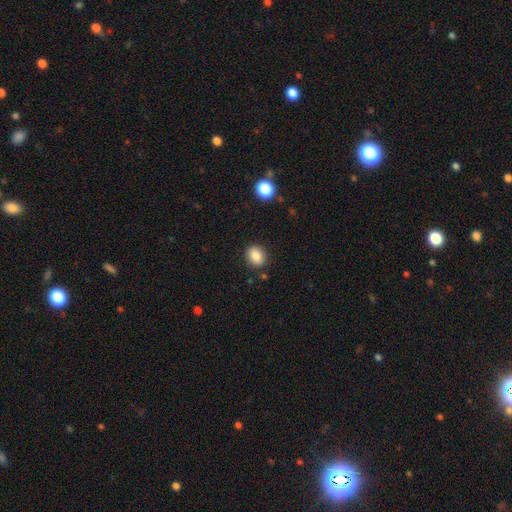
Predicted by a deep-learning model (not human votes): Smooth or featured: smooth — 85% (star or artifact — 10%)
How rounded: round — 56% (in between — 43%)
Merging: none — 87% (minor disturbance — 8%)